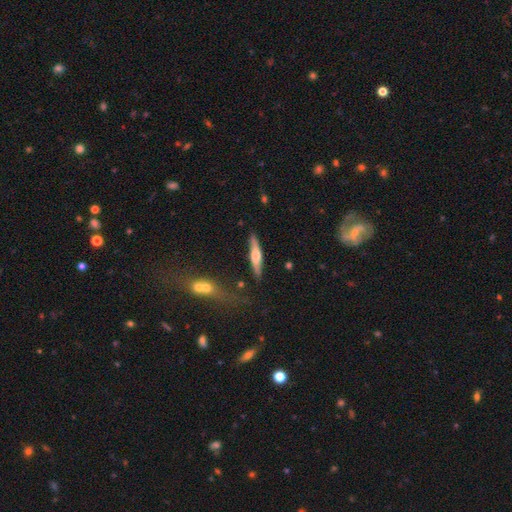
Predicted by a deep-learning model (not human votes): featured or disk 54%, smooth 40%, star or artifact 6%. Down the decision tree: edge-on disk — yes (94%); edge-on bulge — rounded (85%); merging — none (81%).